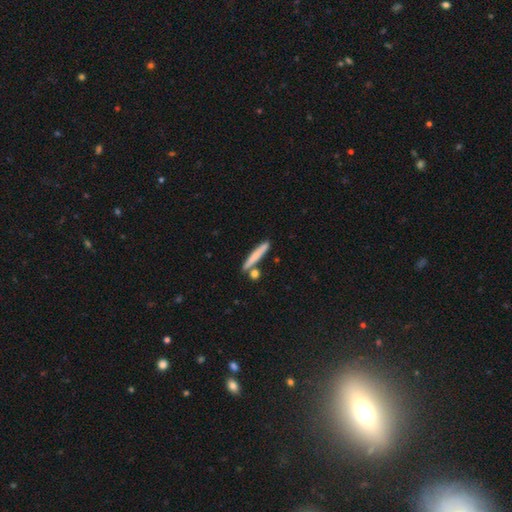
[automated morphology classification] A smooth galaxy with no disk features (71%) that is cigar-shaped (91%).

Vote fractions:
- Smooth or featured? smooth: 71% / featured or disk: 22% / star or artifact: 7%
- How rounded? cigar-shaped: 91% / in between: 6% / round: 3%
- Merging? none: 75% / minor disturbance: 11% / merger: 11% / major disturbance: 3%